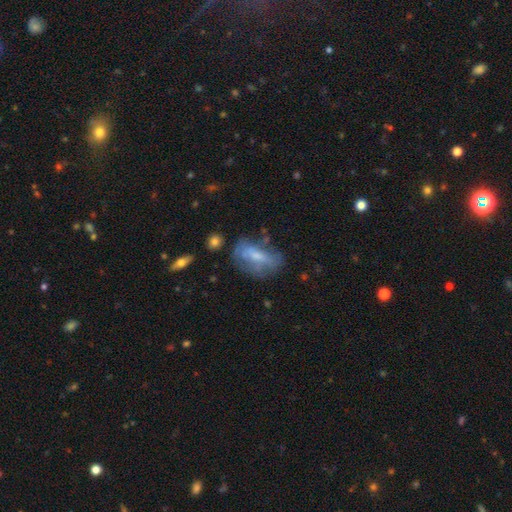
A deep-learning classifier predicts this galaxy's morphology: smooth_or_featured: smooth (p=0.47) [alt: featured or disk p=0.43]
merging: none (p=0.50) [alt: minor disturbance p=0.26]